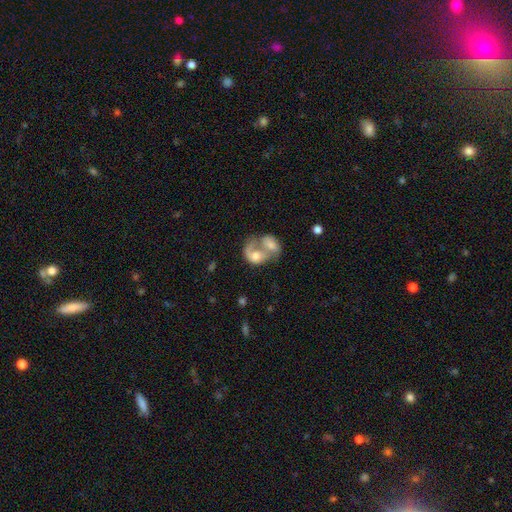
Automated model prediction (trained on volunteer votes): Smooth or featured: smooth — 53% (featured or disk — 41%)
How rounded: in between — 63% (round — 35%)
Merging: merger — 81% (major disturbance — 8%)